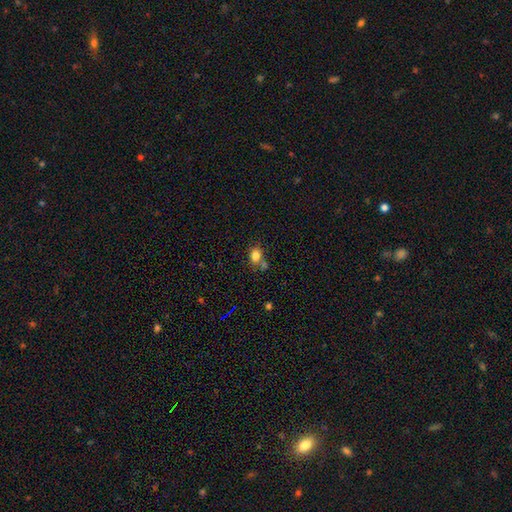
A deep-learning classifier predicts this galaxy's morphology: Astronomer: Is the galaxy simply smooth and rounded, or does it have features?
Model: smooth — 80%.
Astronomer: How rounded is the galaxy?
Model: in between — 57% (runner-up: round, 41%).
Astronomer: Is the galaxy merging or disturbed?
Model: none — 55%.